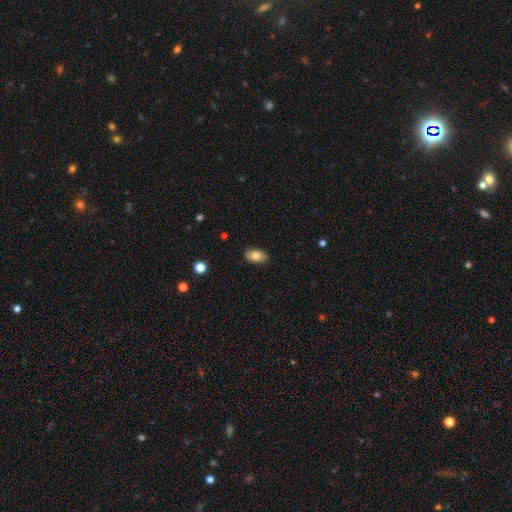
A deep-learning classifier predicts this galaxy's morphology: Smooth or featured? Predicted: smooth (p=0.81). How rounded? Predicted: in between (p=0.91). Merging? Predicted: none (p=0.87).